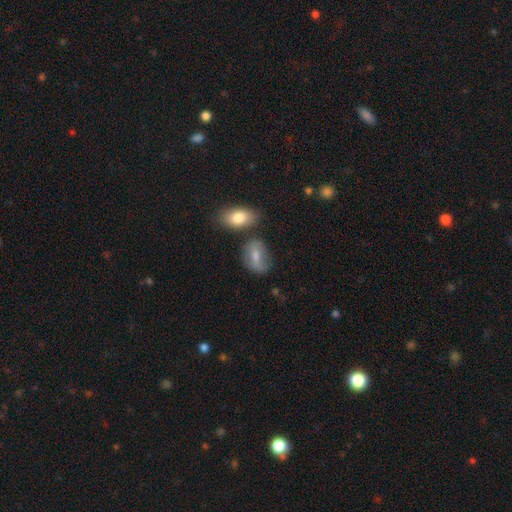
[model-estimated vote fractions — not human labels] Smooth or featured? Predicted: smooth (p=0.66). How rounded? Predicted: in between (p=0.77). Merging? Predicted: none (p=0.56).